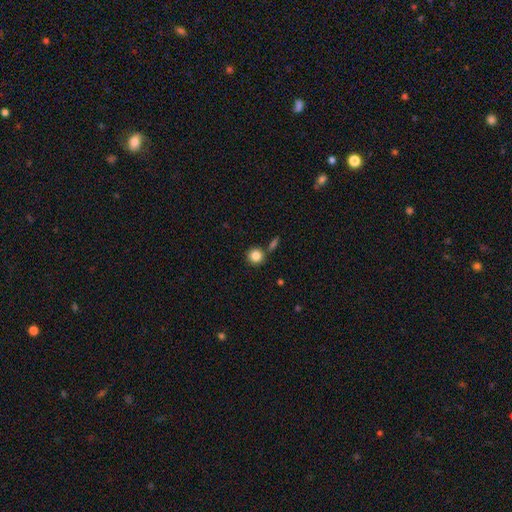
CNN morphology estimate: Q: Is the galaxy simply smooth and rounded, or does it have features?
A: smooth — 85%.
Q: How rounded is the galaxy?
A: round — 91%.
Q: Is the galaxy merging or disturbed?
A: none — 76%.